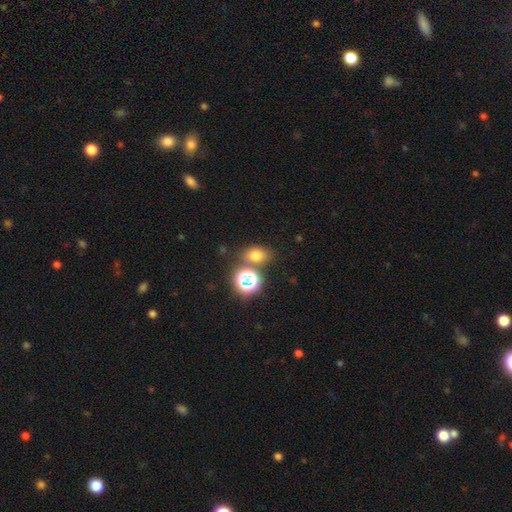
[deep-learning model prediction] Smooth or featured?
  - smooth: 69% *
  - star or artifact: 22%
  - featured or disk: 9%
How rounded?
  - in between: 59% *
  - round: 40%
  - cigar-shaped: 1%
Merging?
  - none: 68% *
  - merger: 17%
  - minor disturbance: 11%
  - major disturbance: 4%